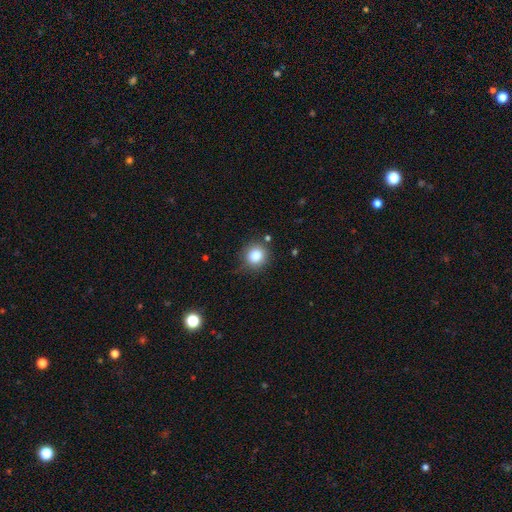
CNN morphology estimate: Smooth or featured?
  - smooth: 85% *
  - star or artifact: 10%
  - featured or disk: 5%
How rounded?
  - round: 89% *
  - in between: 10%
  - cigar-shaped: 1%
Merging?
  - none: 82% *
  - minor disturbance: 12%
  - major disturbance: 3%
  - merger: 3%